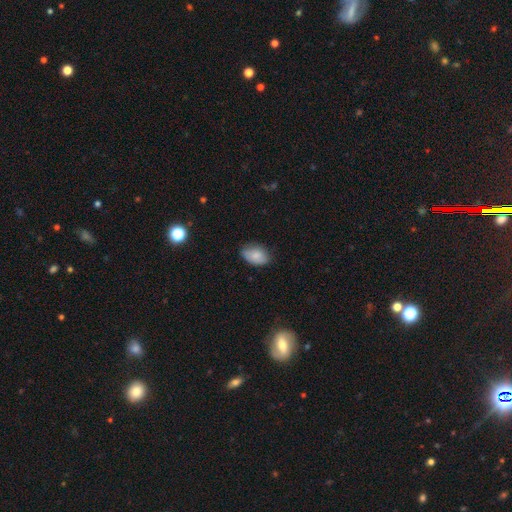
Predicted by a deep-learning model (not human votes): This appears to be a smooth galaxy with no disk features (82%) that is in between round and cigar-shaped (89%). Merging: none (75%).